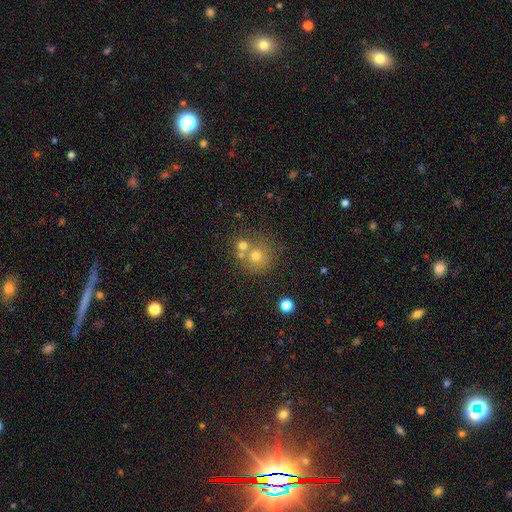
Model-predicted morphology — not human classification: smooth_or_featured: smooth (p=0.64) [alt: star or artifact p=0.19]
how_rounded: round (p=0.90) [alt: in between p=0.09]
merging: none (p=0.56) [alt: merger p=0.33]